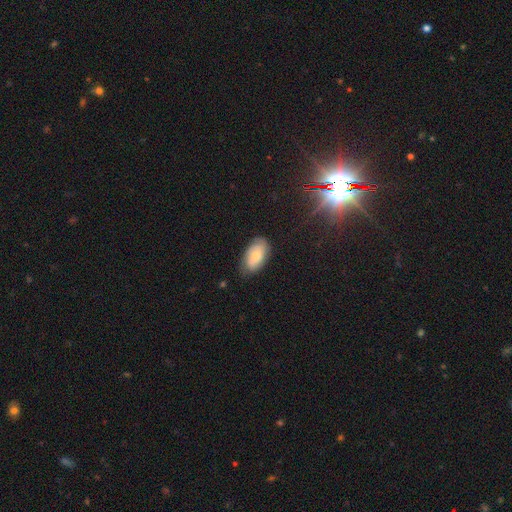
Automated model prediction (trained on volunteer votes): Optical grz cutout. It shows a smooth galaxy with no disk features (67%) that is in between round and cigar-shaped (94%). Merging: none (71%).